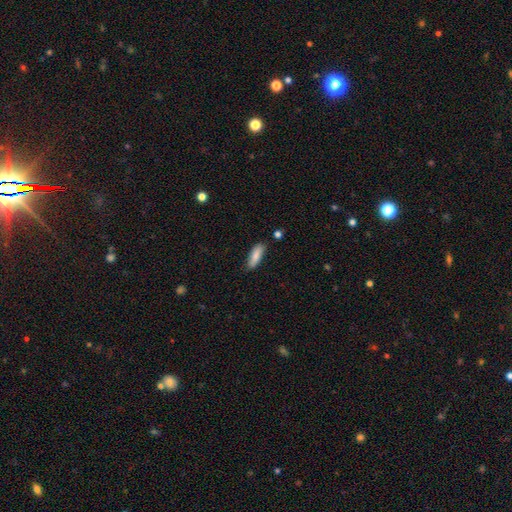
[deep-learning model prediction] Q: Smooth or featured?
A: smooth (83%); runner-up: featured or disk (11%)
Q: How rounded?
A: in between (55%); runner-up: cigar-shaped (43%)
Q: Merging?
A: none (80%); runner-up: minor disturbance (15%)